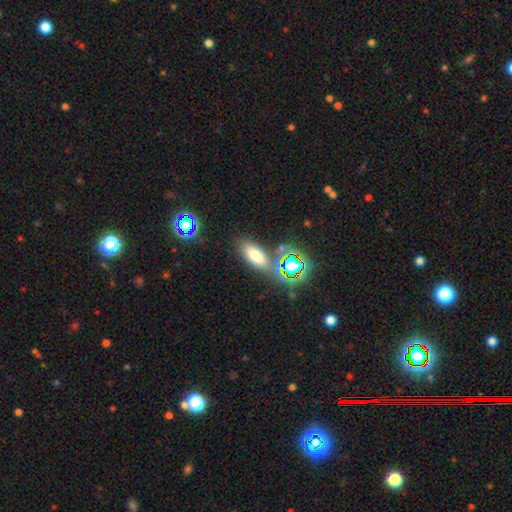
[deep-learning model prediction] smooth-or-featured: smooth: 67% | star or artifact: 20% | featured or disk: 13%
  how-rounded: in between: 75% | cigar-shaped: 17% | round: 8%
  merging: none: 72% | minor disturbance: 13% | merger: 10% | major disturbance: 5%